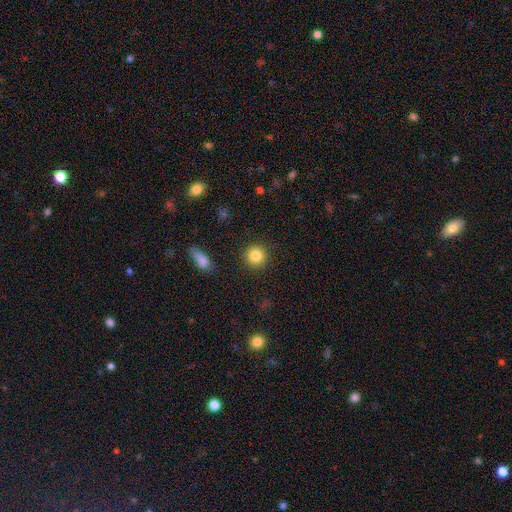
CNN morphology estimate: The model was most divided on "smooth or featured": smooth: 84%, star or artifact: 10%, featured or disk: 6%. More confident: how rounded — round (93%); merging — none (90%).